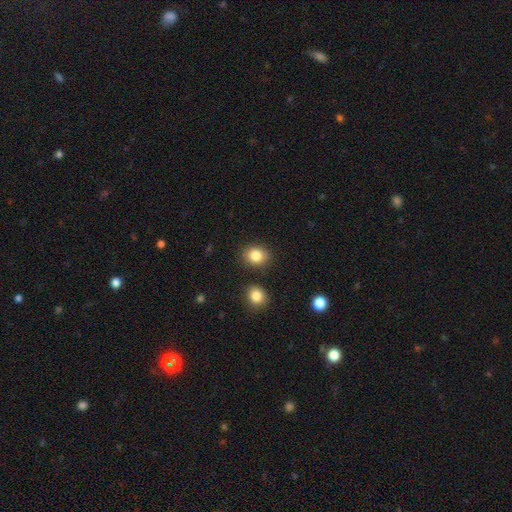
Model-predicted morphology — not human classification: A smooth galaxy with no disk features (85%) that is round (65%).

Vote fractions:
- Smooth or featured? smooth: 85% / star or artifact: 9% / featured or disk: 5%
- How rounded? round: 65% / in between: 34% / cigar-shaped: 1%
- Merging? none: 83% / minor disturbance: 9% / merger: 5% / major disturbance: 3%